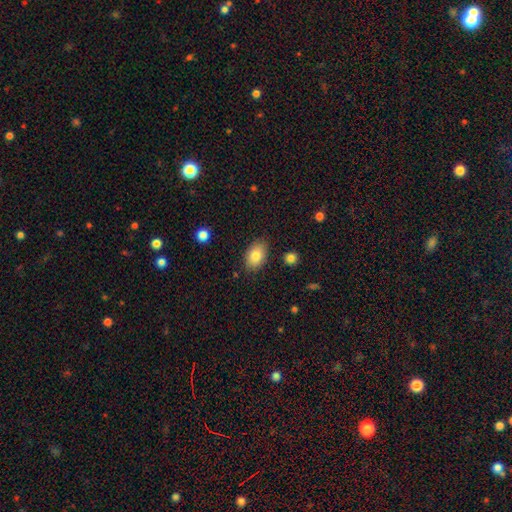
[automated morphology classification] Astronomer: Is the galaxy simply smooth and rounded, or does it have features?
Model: smooth — 82%.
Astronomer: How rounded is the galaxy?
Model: in between — 86%.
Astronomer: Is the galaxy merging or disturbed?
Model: none — 83%.